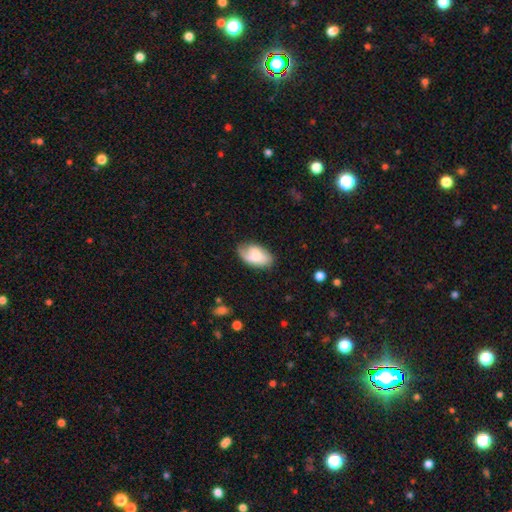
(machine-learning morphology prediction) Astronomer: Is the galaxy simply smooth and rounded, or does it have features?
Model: smooth — 53% (runner-up: featured or disk, 41%).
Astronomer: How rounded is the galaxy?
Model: in between — 92%.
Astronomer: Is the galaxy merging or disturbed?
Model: none — 64%.